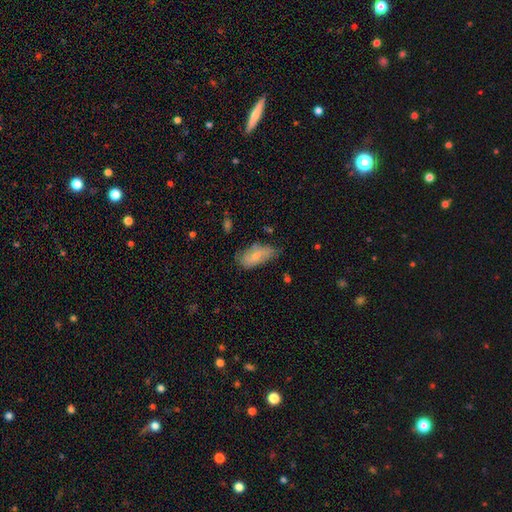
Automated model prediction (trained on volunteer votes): smooth 71%, featured or disk 22%, star or artifact 7%. Down the decision tree: how rounded — in between (89%); merging — none (53%).